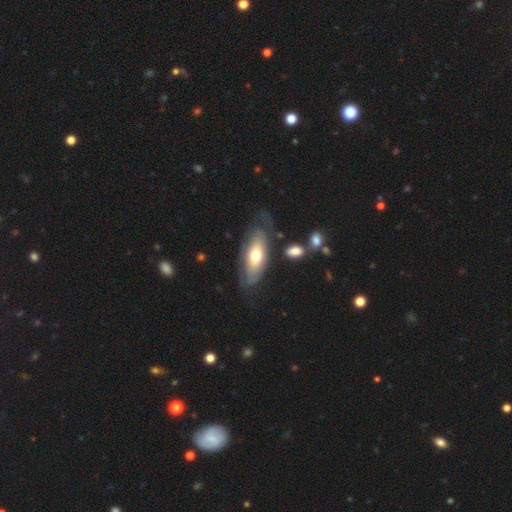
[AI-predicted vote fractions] smooth_or_featured: featured or disk (p=0.47) [tied with: smooth p=0.47]
merging: none (p=0.59) [alt: minor disturbance p=0.24]